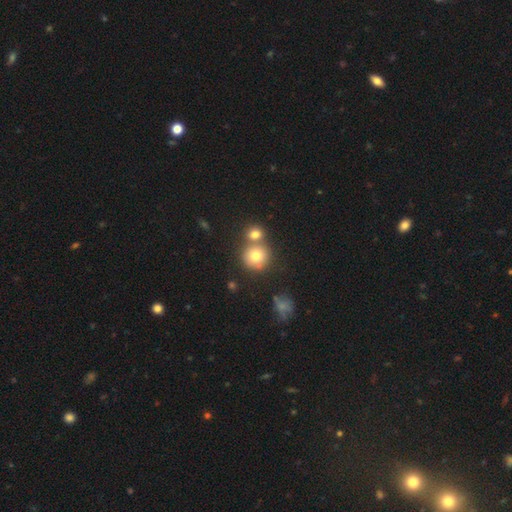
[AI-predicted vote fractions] Morphology: type=smooth (76%); roundness=round (89%); merging=none (55%).